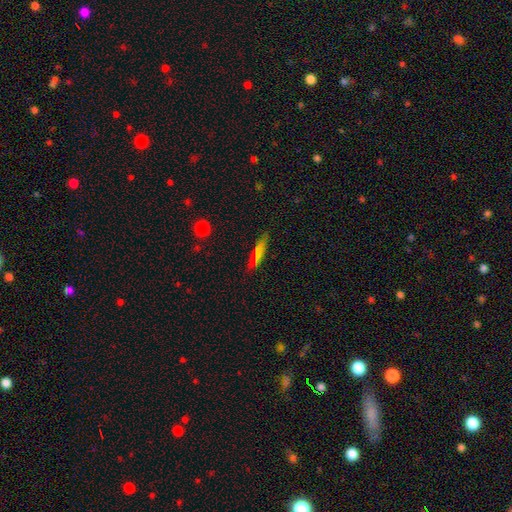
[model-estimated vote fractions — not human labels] This is likely a smooth galaxy (69%). How rounded: clearly cigar-shaped (80%). Merging: clearly none (81%).